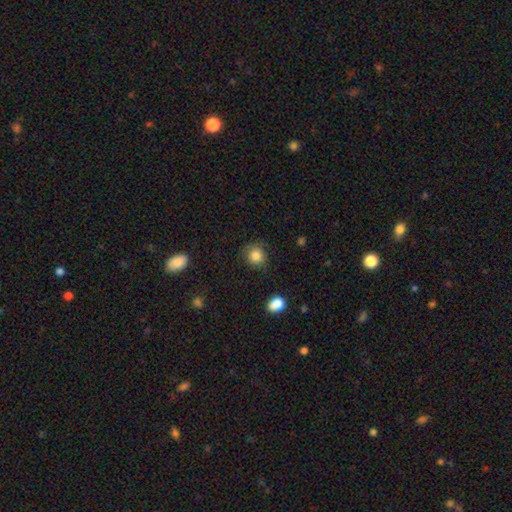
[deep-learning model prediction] This is clearly a smooth galaxy (84%). How rounded: clearly round (86%). Merging: clearly none (81%).